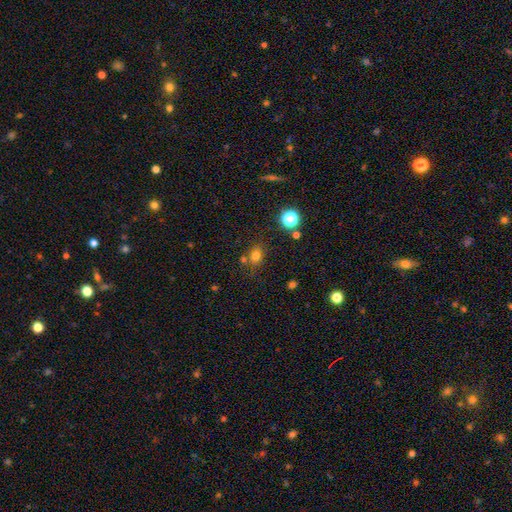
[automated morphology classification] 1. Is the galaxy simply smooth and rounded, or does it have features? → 74% smooth, 18% star or artifact, 7% featured or disk.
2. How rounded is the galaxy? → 51% round, 47% in between, 1% cigar-shaped.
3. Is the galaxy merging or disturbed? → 69% none, 14% minor disturbance, 13% merger, 5% major disturbance.